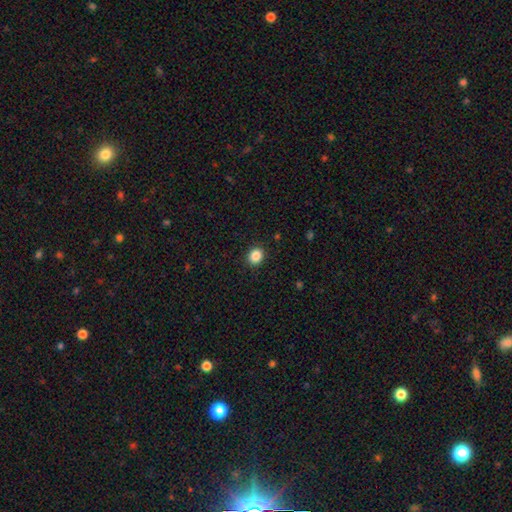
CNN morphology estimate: Smooth or featured? smooth (87%)
How rounded? round (69%)
Merging? none (91%)